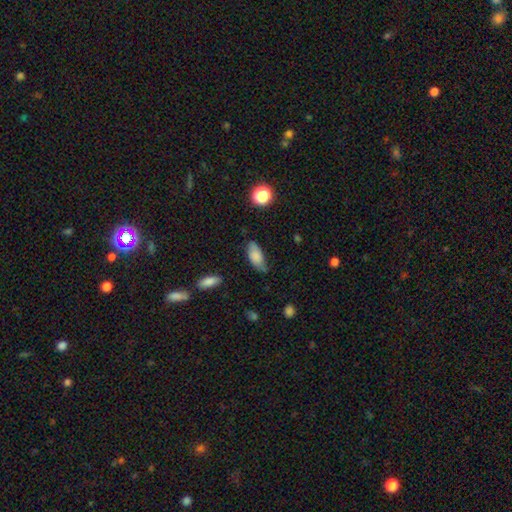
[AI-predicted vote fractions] Morphology: type=smooth (79%); roundness=in between (88%); merging=none (60%).